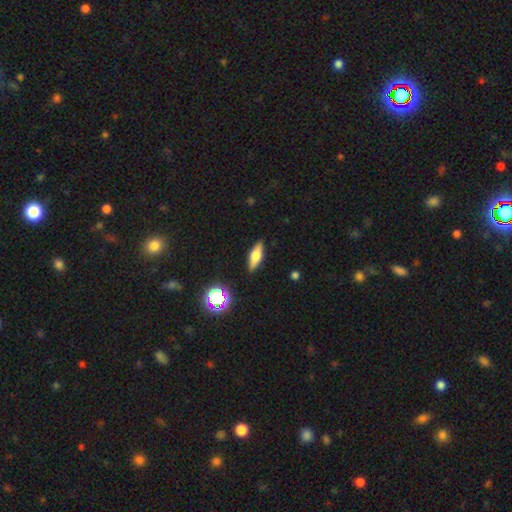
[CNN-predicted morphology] Smooth or featured: smooth — 54% (featured or disk — 36%)
How rounded: in between — 54% (cigar-shaped — 42%)
Merging: none — 87% (minor disturbance — 9%)